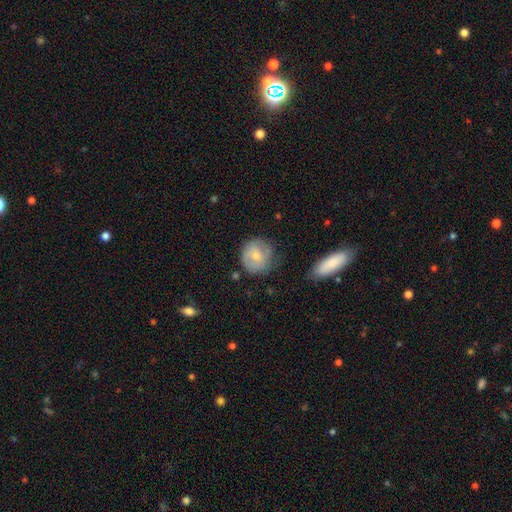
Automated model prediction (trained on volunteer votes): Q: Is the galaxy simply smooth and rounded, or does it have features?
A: smooth — 63%.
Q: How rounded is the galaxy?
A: round — 88%.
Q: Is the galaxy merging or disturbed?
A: none — 66%.